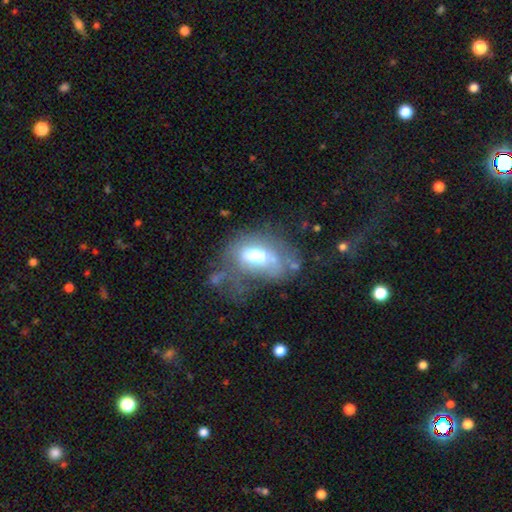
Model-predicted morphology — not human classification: Smooth or featured? Predicted: smooth (p=0.50). How rounded? Predicted: in between (p=0.80). Merging? Predicted: major disturbance (p=0.38).